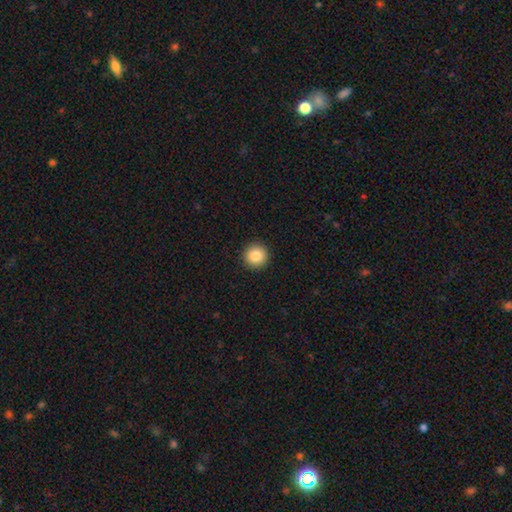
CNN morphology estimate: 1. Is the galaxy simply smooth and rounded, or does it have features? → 86% smooth, 9% star or artifact, 5% featured or disk.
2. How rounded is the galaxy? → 95% round, 4% in between, 1% cigar-shaped.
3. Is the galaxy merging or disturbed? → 93% none, 4% minor disturbance, 2% major disturbance, 1% merger.